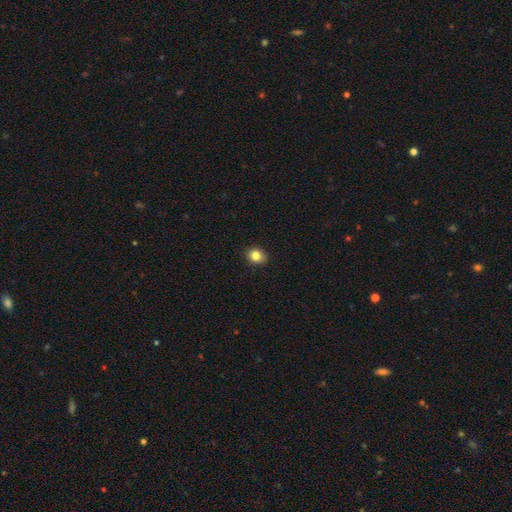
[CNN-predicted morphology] type=smooth (83%); roundness=in between (51%); merging=none (89%).